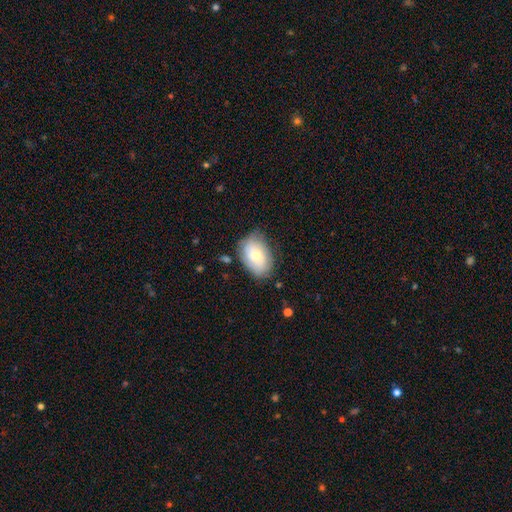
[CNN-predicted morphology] A smooth galaxy with no disk features (64%) that is in between round and cigar-shaped (84%). Merging: none (72%).